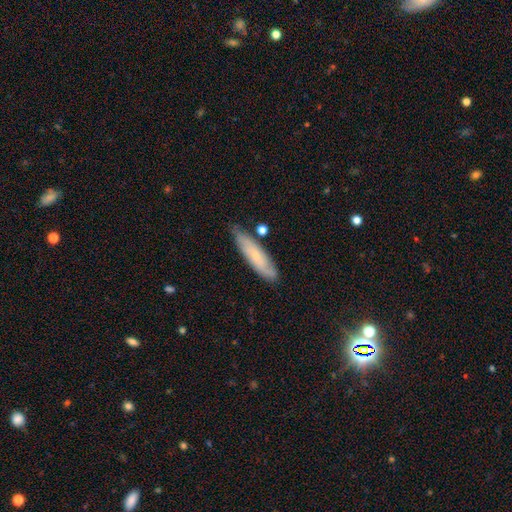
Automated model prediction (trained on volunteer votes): Smooth or featured: smooth — 59% (featured or disk — 34%)
How rounded: cigar-shaped — 71% (in between — 28%)
Merging: none — 75% (minor disturbance — 19%)